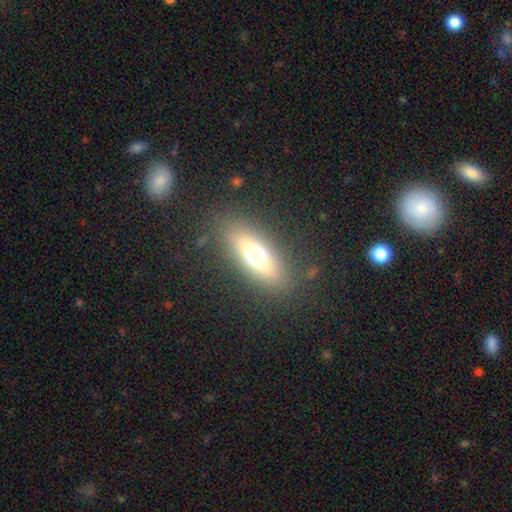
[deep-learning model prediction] Smooth or featured? smooth (58%)
How rounded? in between (62%)
Merging? none (84%)